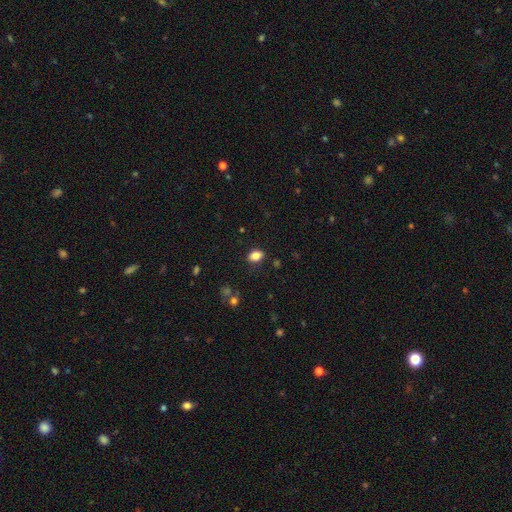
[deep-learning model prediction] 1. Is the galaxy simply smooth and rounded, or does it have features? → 83% smooth, 10% star or artifact, 7% featured or disk.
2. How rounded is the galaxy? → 84% in between, 14% round, 2% cigar-shaped.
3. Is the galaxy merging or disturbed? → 85% none, 11% minor disturbance, 3% major disturbance, 2% merger.